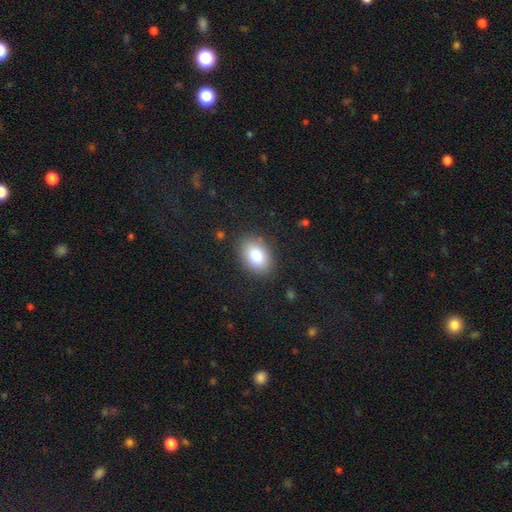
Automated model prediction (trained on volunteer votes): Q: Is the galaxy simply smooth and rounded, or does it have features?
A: smooth — 82%.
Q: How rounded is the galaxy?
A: in between — 82%.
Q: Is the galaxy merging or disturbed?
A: none — 85%.